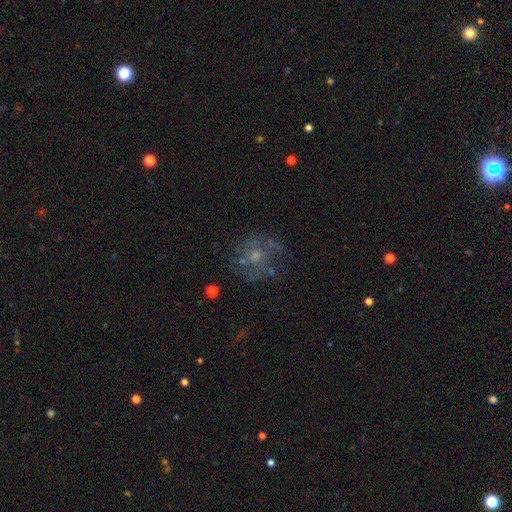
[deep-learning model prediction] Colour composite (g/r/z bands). It shows a featured or disk galaxy (62%) with no bar (79%), spiral arms (62%) and a moderate central bulge (44%). Merging: none (61%).